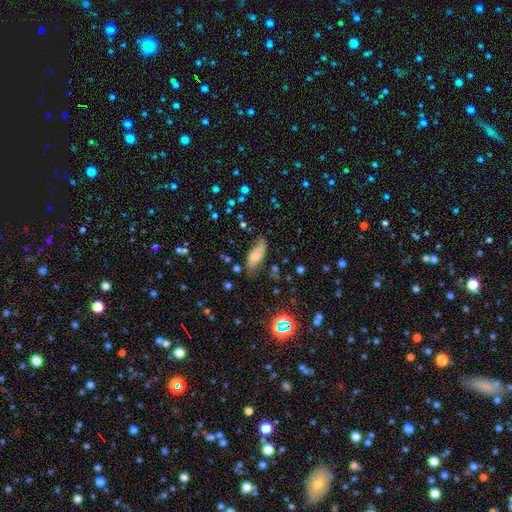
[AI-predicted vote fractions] smooth 52%, featured or disk 39%, star or artifact 10%. Down the decision tree: how rounded — in between (81%); merging — none (59%).